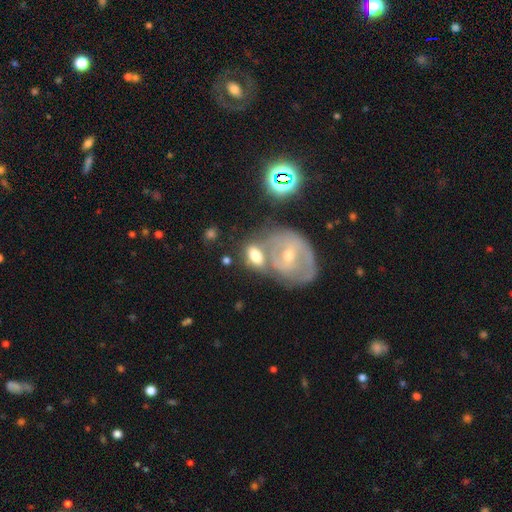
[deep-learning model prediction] This appears to be a smooth galaxy with no disk features (51%) that is in between round and cigar-shaped (74%). Merging: merger (39%).